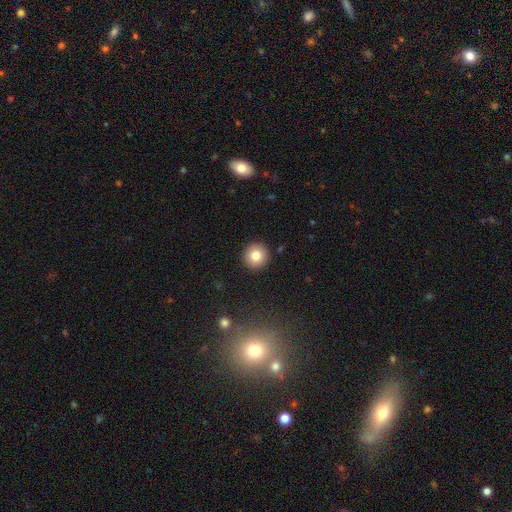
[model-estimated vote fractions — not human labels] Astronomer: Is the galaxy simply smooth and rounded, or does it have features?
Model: smooth — 82%.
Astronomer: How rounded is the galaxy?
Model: round — 95%.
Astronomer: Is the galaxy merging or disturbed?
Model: none — 92%.